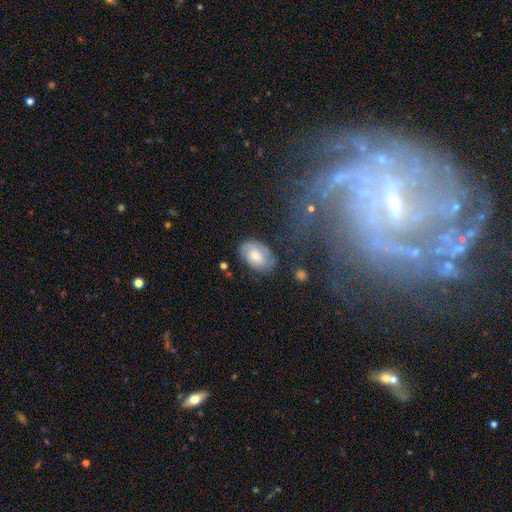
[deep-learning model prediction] Smooth or featured? featured or disk (55%)
Edge-on disk? no (96%)
Bar? no (64%)
Spiral arms? yes (86%)
Bulge size? moderate (54%)
Merging? none (72%)